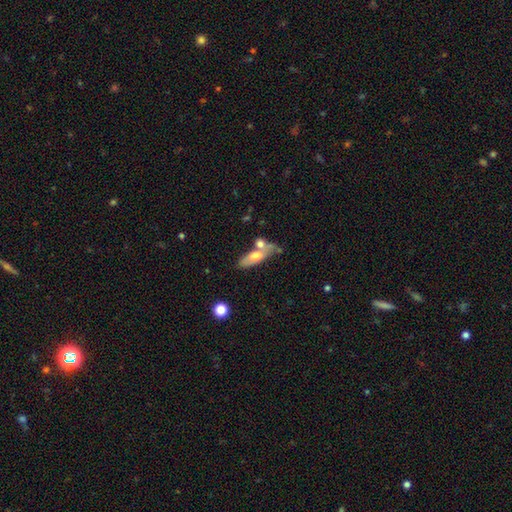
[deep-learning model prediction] Smooth or featured? smooth (56%)
How rounded? in between (58%)
Merging? none (43%)